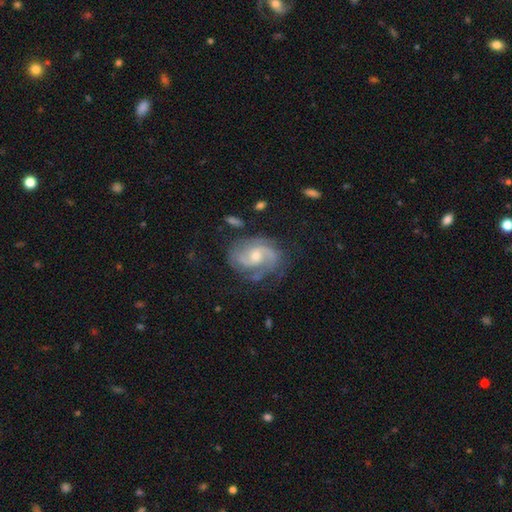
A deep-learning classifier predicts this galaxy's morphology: A featured or disk galaxy (88%) with no bar (52%), 2 (76%) medium (50%) spiral arms (97%) and a moderate central bulge (56%). Merging: none (71%).